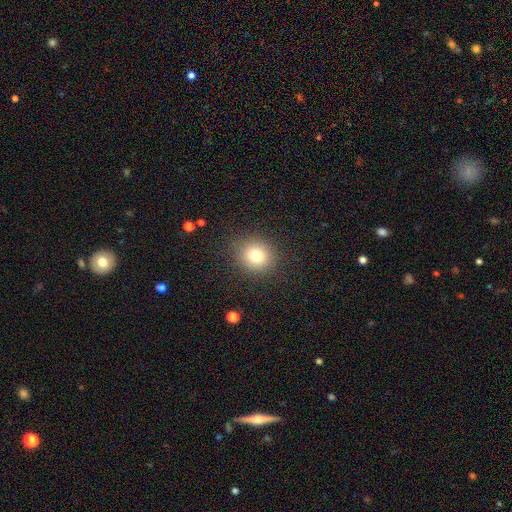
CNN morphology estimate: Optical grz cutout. It shows a smooth galaxy with no disk features (77%) that is round (86%). Merging: none (88%).